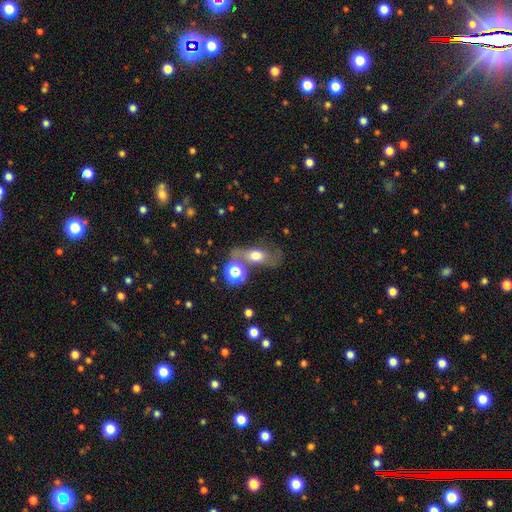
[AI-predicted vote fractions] A smooth galaxy with no disk features (55%) that is in between round and cigar-shaped (68%). Merging: none (48%).